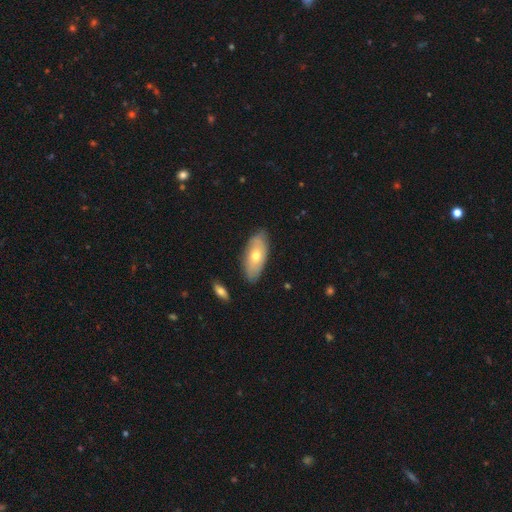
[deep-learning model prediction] This is possibly a smooth galaxy (54%). How rounded: clearly in between (88%). Merging: clearly none (81%).